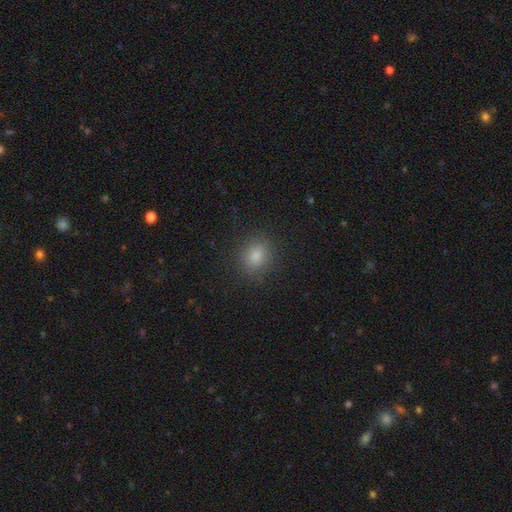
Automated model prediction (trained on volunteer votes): Q: Smooth or featured?
A: smooth (80%); runner-up: star or artifact (14%)
Q: How rounded?
A: round (63%); runner-up: in between (36%)
Q: Merging?
A: none (88%); runner-up: minor disturbance (8%)